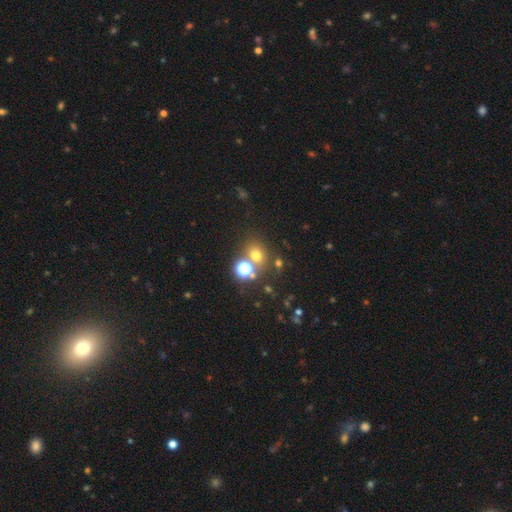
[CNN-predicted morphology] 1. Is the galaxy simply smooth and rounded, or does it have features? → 63% smooth, 28% star or artifact, 9% featured or disk.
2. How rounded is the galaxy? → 74% round, 25% in between, 1% cigar-shaped.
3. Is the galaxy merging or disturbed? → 68% none, 18% merger, 9% minor disturbance, 5% major disturbance.